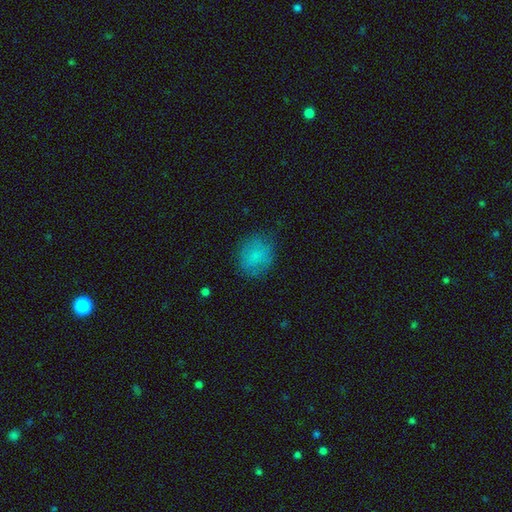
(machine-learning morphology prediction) Smooth or featured: smooth — 77% (featured or disk — 12%)
How rounded: round — 66% (in between — 32%)
Merging: none — 74% (minor disturbance — 18%)